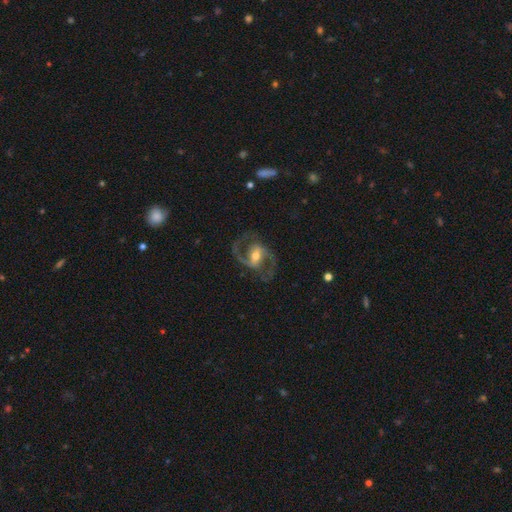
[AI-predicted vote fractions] smooth-or-featured: featured or disk: 90% | smooth: 5% | star or artifact: 5%
  disk-edge-on: no: 97% | yes: 3%
    bar: weak: 44% | strong: 37% | no: 18%
    has-spiral-arms: yes: 96% | no: 4%
      spiral-winding: medium: 61% | loose: 27% | tight: 12%
      spiral-arm-count: 2: 93% | can't tell: 2% | 1: 2% | 3: 1% | 4: 1% | more than 4: 1%
    bulge-size: moderate: 66% | small: 24% | large: 7% | none: 1% | dominant: 1%
  merging: none: 79% | minor disturbance: 12% | major disturbance: 8% | merger: 1%